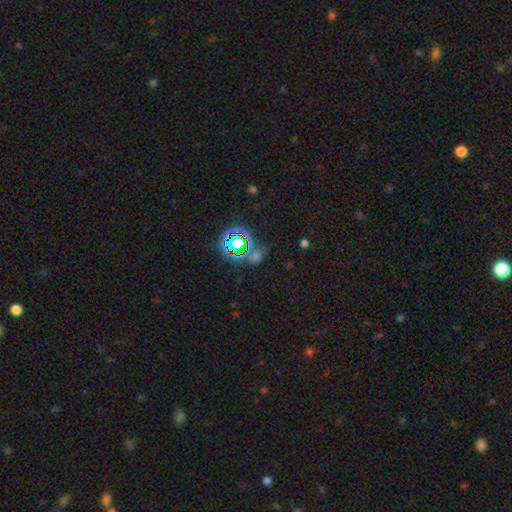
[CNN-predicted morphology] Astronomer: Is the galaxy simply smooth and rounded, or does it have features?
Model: star or artifact — 63%.